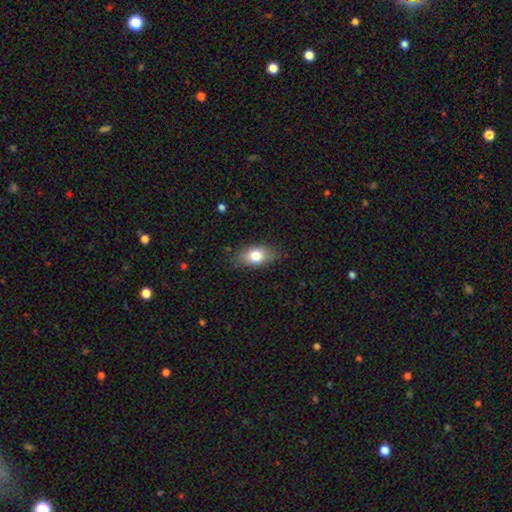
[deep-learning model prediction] smooth_or_featured: smooth (p=0.75) [alt: featured or disk p=0.17]
how_rounded: in between (p=0.83) [alt: round p=0.12]
merging: none (p=0.80) [alt: minor disturbance p=0.16]